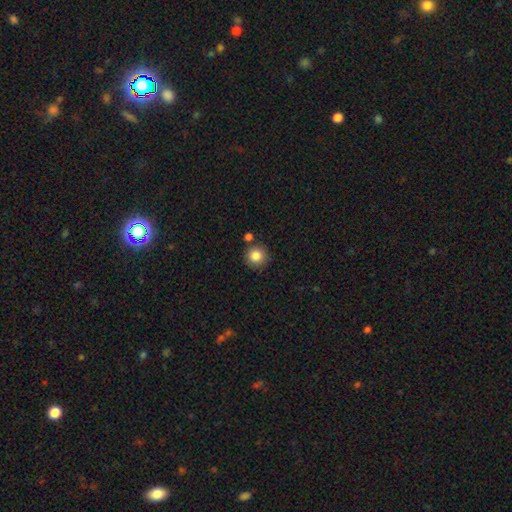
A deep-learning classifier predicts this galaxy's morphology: smooth-or-featured: smooth: 84% | star or artifact: 10% | featured or disk: 6%
  how-rounded: round: 94% | in between: 5% | cigar-shaped: 1%
  merging: none: 81% | minor disturbance: 9% | merger: 7% | major disturbance: 2%